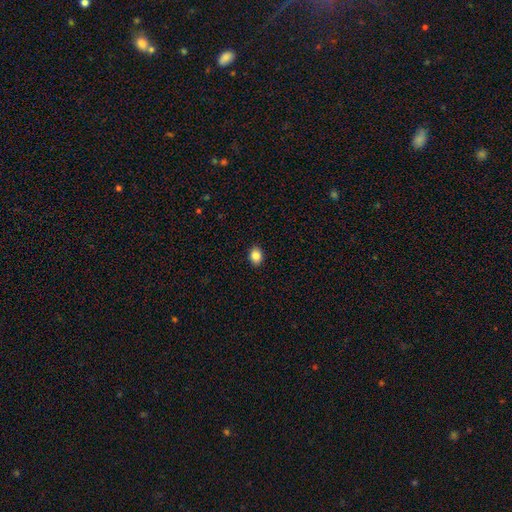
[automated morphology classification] Smooth or featured: smooth — 85% (star or artifact — 9%)
How rounded: in between — 65% (round — 34%)
Merging: none — 91% (minor disturbance — 7%)